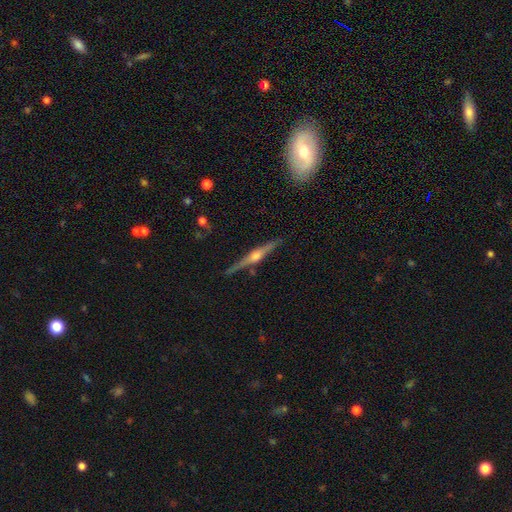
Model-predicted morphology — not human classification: Smooth or featured?
  - featured or disk: 80% *
  - smooth: 14%
  - star or artifact: 6%
Edge-on disk?
  - yes: 98% *
  - no: 2%
Edge-on bulge?
  - rounded: 88% *
  - boxy: 8%
  - none: 4%
Merging?
  - none: 85% *
  - minor disturbance: 10%
  - merger: 2%
  - major disturbance: 2%